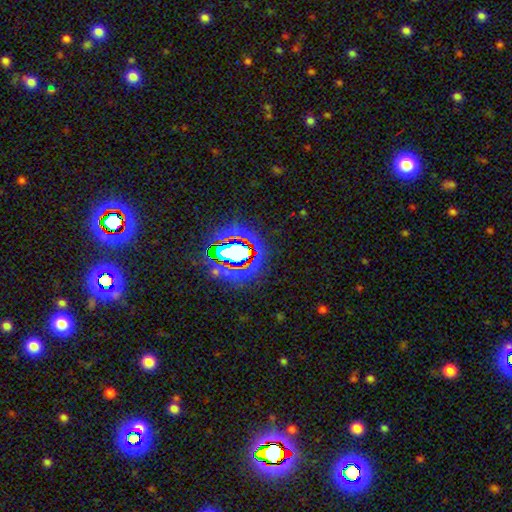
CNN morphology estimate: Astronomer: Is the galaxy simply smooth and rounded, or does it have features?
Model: star or artifact — 81%.